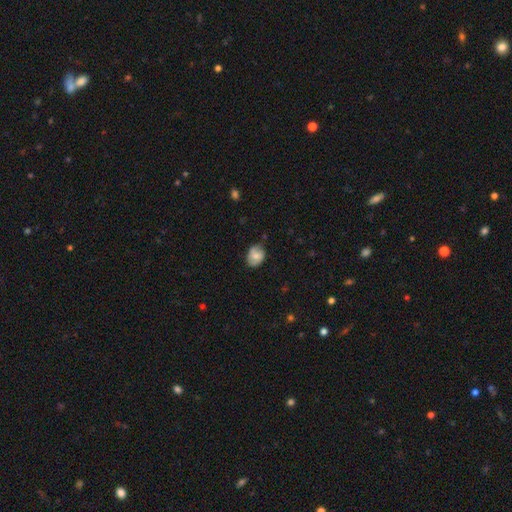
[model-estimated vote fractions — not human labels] Smooth or featured? smooth (67%)
How rounded? in between (65%)
Merging? none (72%)